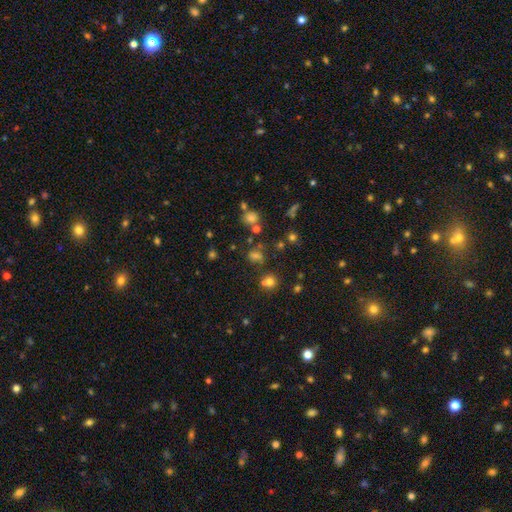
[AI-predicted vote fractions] The model was most divided on "how rounded": round: 57%, in between: 41%, cigar-shaped: 2%. More confident: merging — none (63%); smooth or featured — smooth (58%).